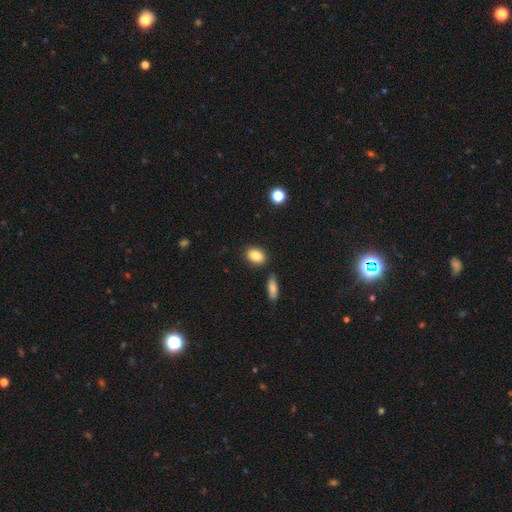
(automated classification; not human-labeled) Smooth or featured? Predicted: smooth (p=0.84). How rounded? Predicted: in between (p=0.76). Merging? Predicted: none (p=0.83).